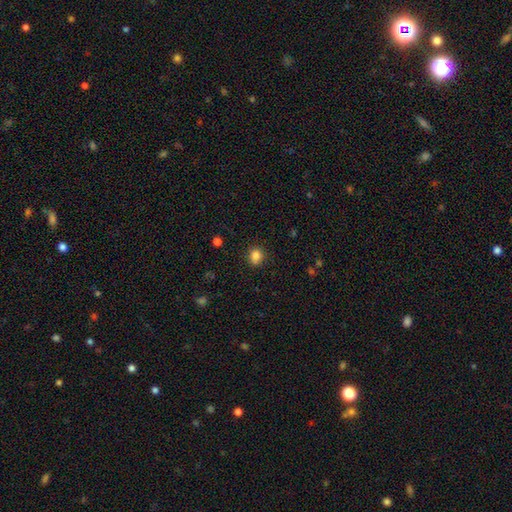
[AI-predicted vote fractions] This is clearly a smooth galaxy (83%). How rounded: likely round (77%). Merging: clearly none (84%).